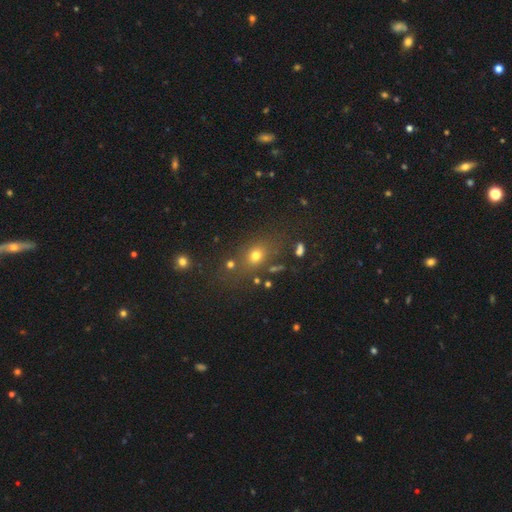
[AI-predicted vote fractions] This appears to be a smooth galaxy with no disk features (68%) that is in between round and cigar-shaped (50%). Merging: none (70%).